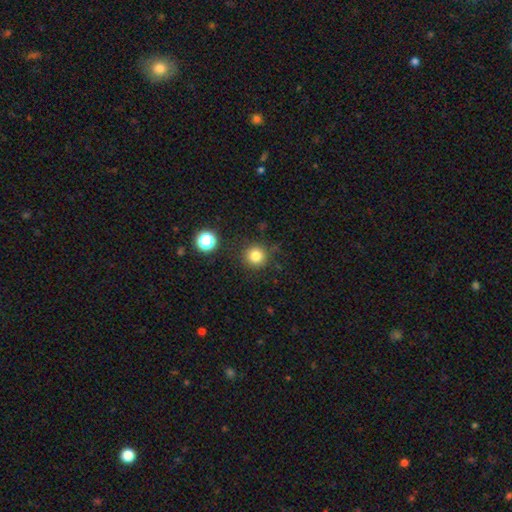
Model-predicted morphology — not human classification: type=smooth (81%); roundness=round (95%); merging=none (86%).